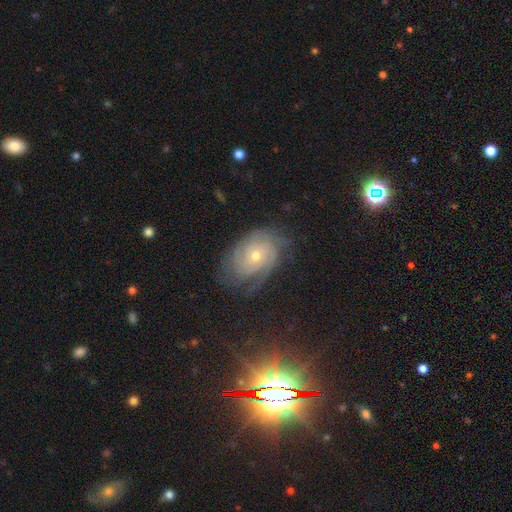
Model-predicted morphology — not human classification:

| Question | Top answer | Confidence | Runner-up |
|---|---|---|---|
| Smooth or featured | featured or disk | 80% | smooth (12%) |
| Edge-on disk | no | 96% | yes (4%) |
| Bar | no | 76% | weak (20%) |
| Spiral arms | yes | 95% | no (5%) |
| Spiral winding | tight | 68% | medium (25%) |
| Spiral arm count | can't tell | 37% | 3 (20%) |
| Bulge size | small | 55% | moderate (42%) |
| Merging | none | 72% | minor disturbance (19%) |